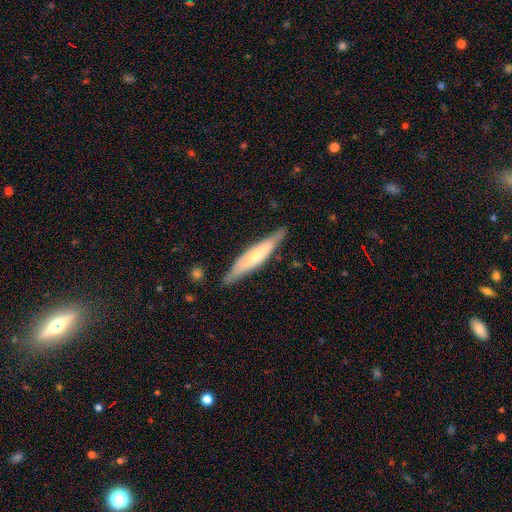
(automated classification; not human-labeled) Morphology: type=featured or disk (57%); edge-on=yes (82%); merging=none (81%).